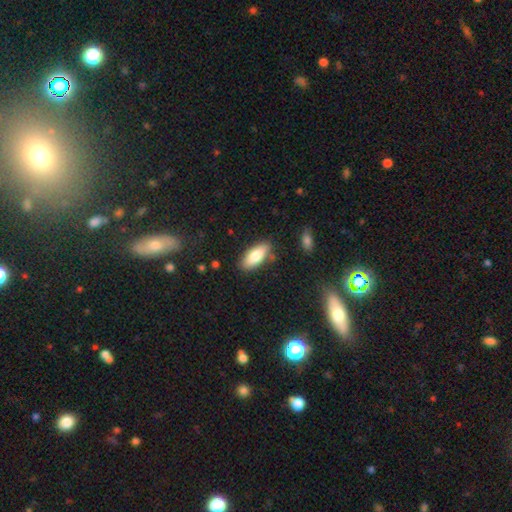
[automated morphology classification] A smooth galaxy with no disk features (80%) that is in between round and cigar-shaped (77%).

Vote fractions:
- Smooth or featured? smooth: 80% / featured or disk: 14% / star or artifact: 6%
- How rounded? in between: 77% / cigar-shaped: 21% / round: 2%
- Merging? none: 82% / minor disturbance: 13% / merger: 3% / major disturbance: 3%